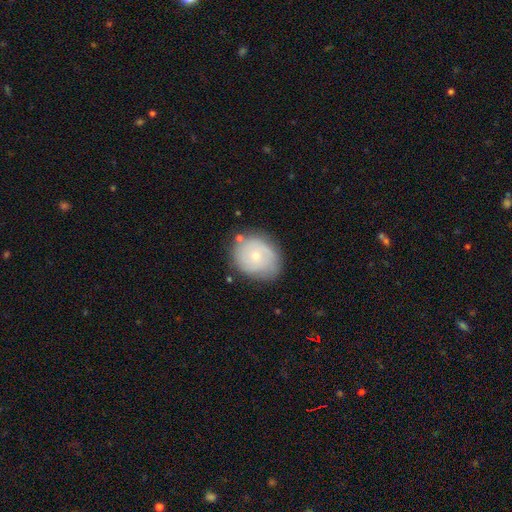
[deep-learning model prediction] smooth 49%, featured or disk 44%, star or artifact 7%. Down the decision tree: merging — none (67%).